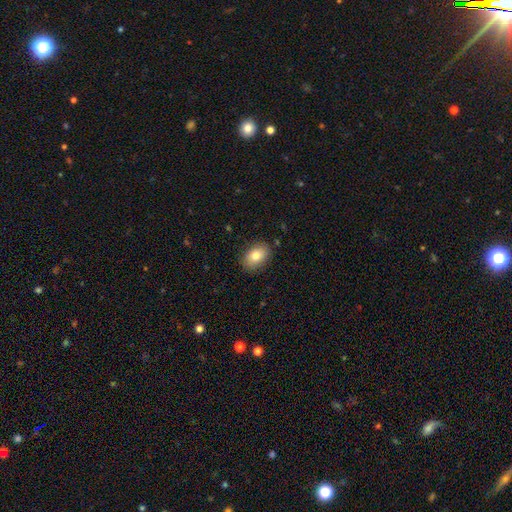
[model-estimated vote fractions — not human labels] Smooth or featured? Predicted: smooth (p=0.81). How rounded? Predicted: in between (p=0.85). Merging? Predicted: none (p=0.87).